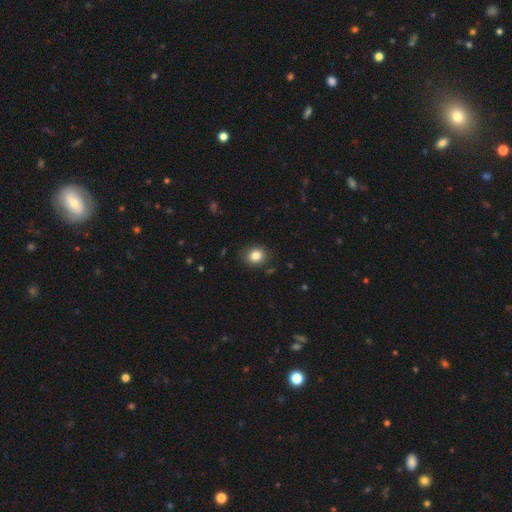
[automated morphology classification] type=smooth (83%); roundness=round (71%); merging=none (88%).